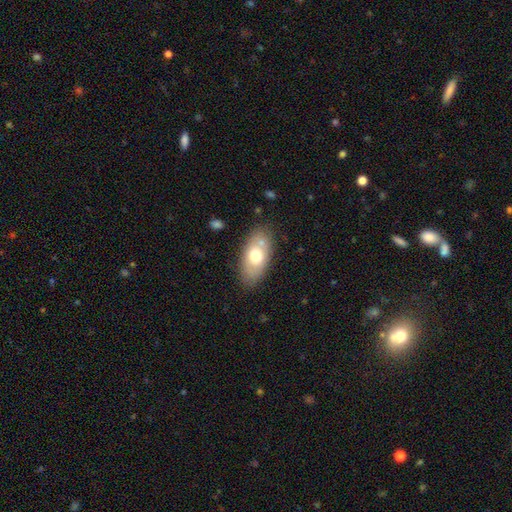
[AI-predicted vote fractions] Smooth or featured?
  - smooth: 66% *
  - featured or disk: 27%
  - star or artifact: 7%
How rounded?
  - in between: 91% *
  - round: 5%
  - cigar-shaped: 4%
Merging?
  - none: 75% *
  - minor disturbance: 14%
  - merger: 6%
  - major disturbance: 4%